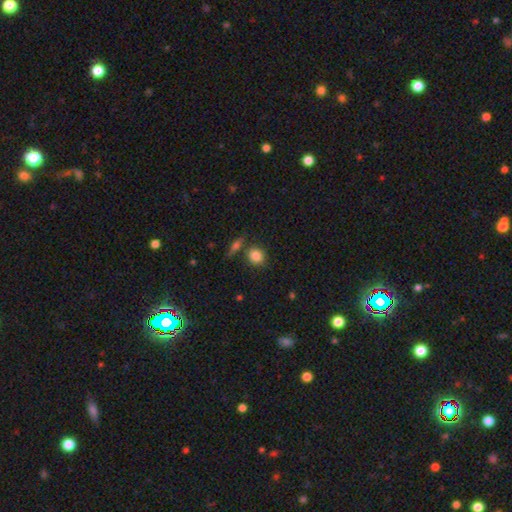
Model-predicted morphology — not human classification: smooth 83%, star or artifact 9%, featured or disk 8%. Down the decision tree: how rounded — round (72%); merging — none (75%).